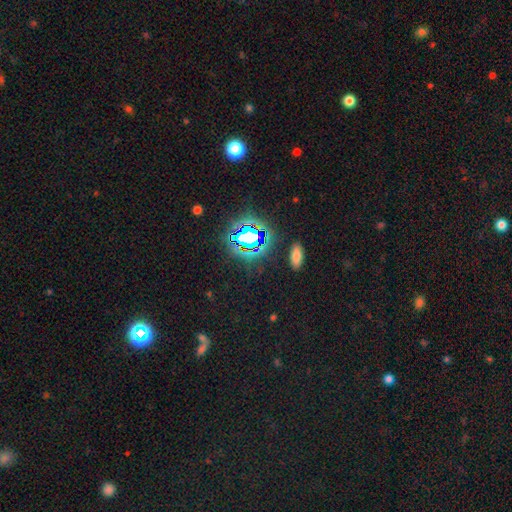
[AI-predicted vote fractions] The model was most divided on "smooth or featured": star or artifact: 76%, smooth: 16%, featured or disk: 8%.